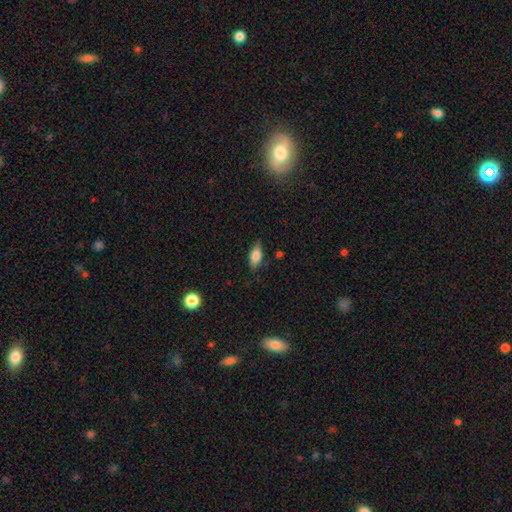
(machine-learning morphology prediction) The model was most divided on "smooth or featured": smooth: 78%, featured or disk: 15%, star or artifact: 7%. More confident: how rounded — in between (84%); merging — none (80%).